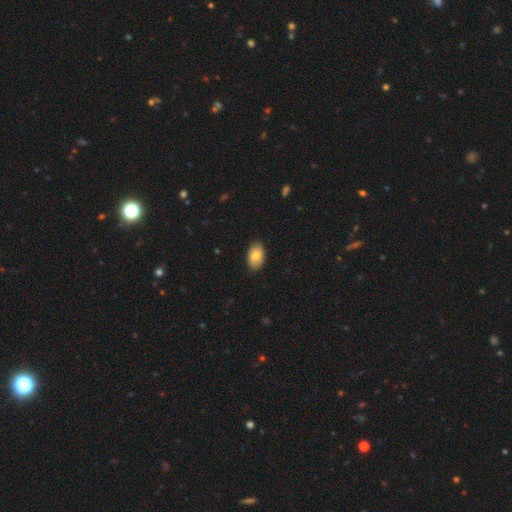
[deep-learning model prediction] Q: Smooth or featured?
A: smooth (80%); runner-up: featured or disk (13%)
Q: How rounded?
A: in between (93%); runner-up: round (6%)
Q: Merging?
A: none (87%); runner-up: minor disturbance (10%)